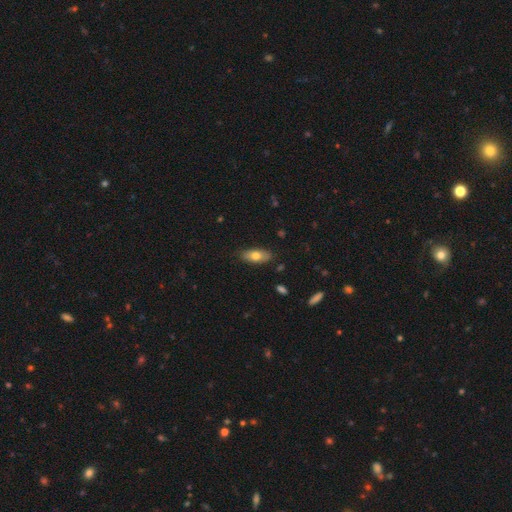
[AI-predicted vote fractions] This is likely a smooth galaxy (72%). How rounded: clearly in between (81%). Merging: clearly none (85%).